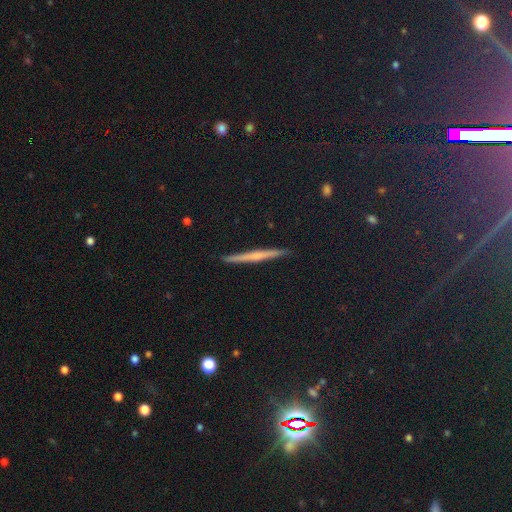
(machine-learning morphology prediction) Smooth or featured? featured or disk (50%)
Edge-on disk? yes (97%)
Merging? none (92%)